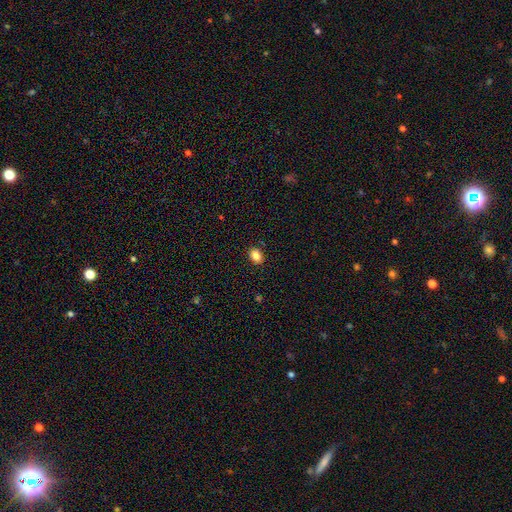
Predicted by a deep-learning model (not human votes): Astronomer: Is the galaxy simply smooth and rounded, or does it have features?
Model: smooth — 85%.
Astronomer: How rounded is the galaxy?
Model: in between — 73%.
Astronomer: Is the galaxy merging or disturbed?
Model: none — 89%.